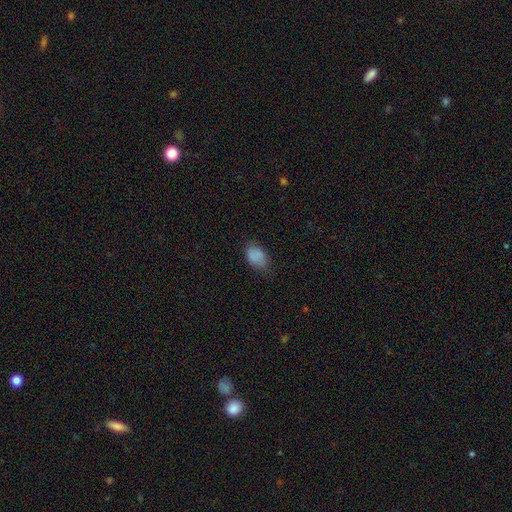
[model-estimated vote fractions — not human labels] Smooth or featured? smooth (86%)
How rounded? in between (87%)
Merging? none (73%)